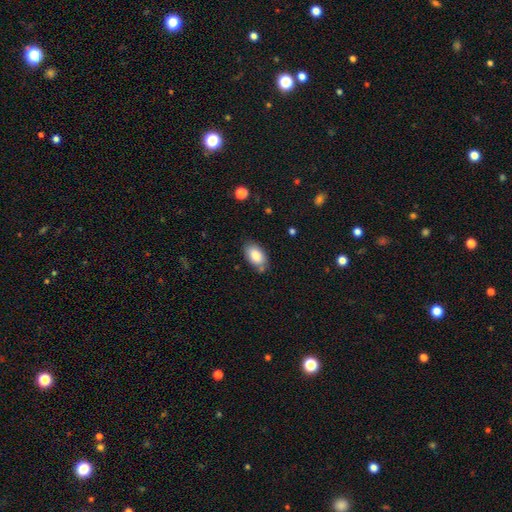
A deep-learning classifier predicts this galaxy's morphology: smooth-or-featured: smooth: 85% | featured or disk: 8% | star or artifact: 7%
  how-rounded: in between: 93% | round: 6% | cigar-shaped: 2%
  merging: none: 75% | minor disturbance: 17% | merger: 5% | major disturbance: 3%